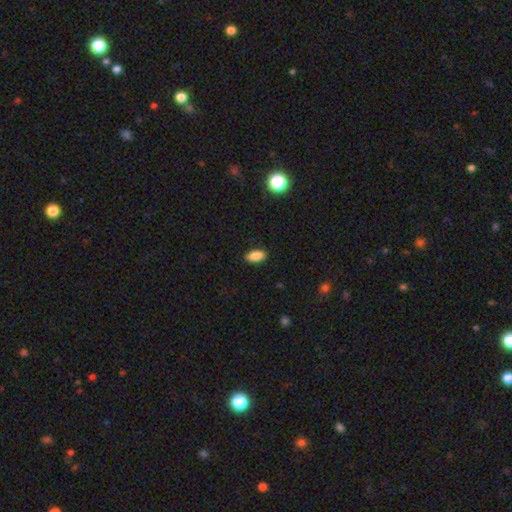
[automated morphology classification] This is clearly a smooth galaxy (87%). How rounded: clearly in between (89%). Merging: clearly none (88%).